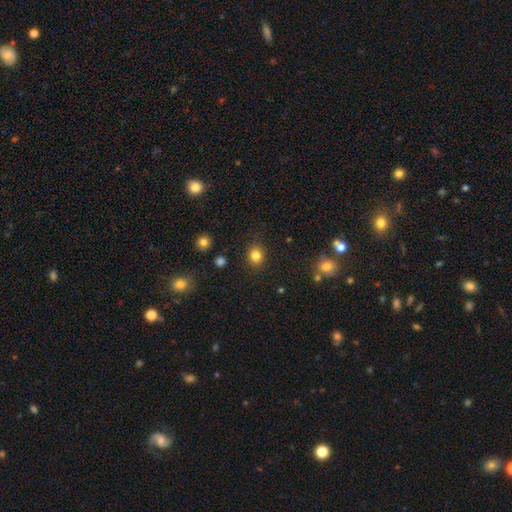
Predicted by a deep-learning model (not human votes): A smooth galaxy with no disk features (83%) that is round (75%). Merging: none (88%).